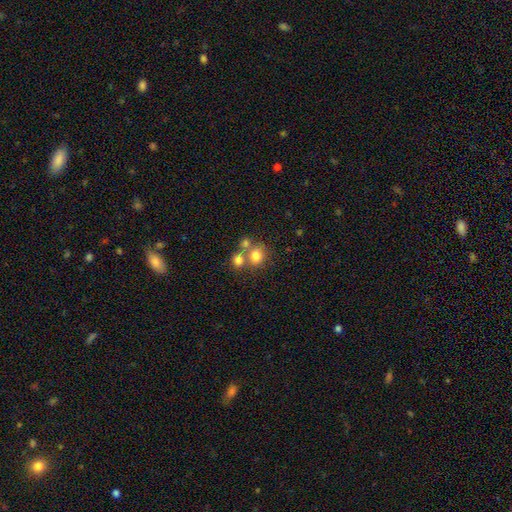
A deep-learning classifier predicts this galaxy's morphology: A smooth galaxy with no disk features (75%) that is round (79%). Merging: none (49%).